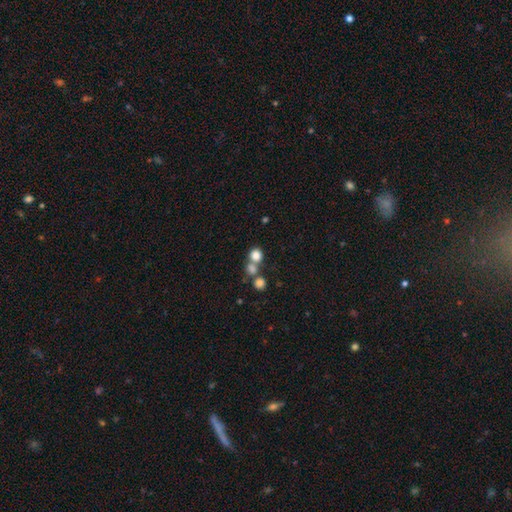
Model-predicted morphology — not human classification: A smooth galaxy with no disk features (79%) that is round (83%). Merging: none (48%).